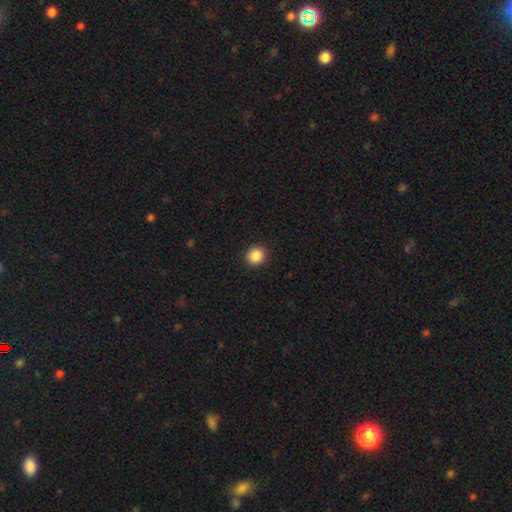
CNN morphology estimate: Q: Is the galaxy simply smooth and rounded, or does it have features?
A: smooth — 87%.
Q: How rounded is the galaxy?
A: round — 91%.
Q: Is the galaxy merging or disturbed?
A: none — 92%.